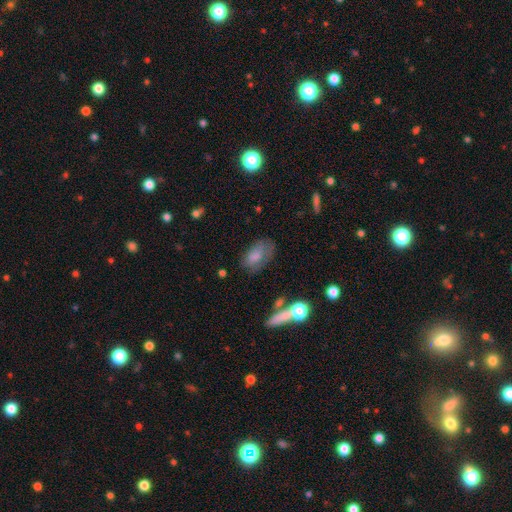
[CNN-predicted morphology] This appears to be a smooth galaxy with no disk features (71%) that is in between round and cigar-shaped (91%). Merging: none (55%).